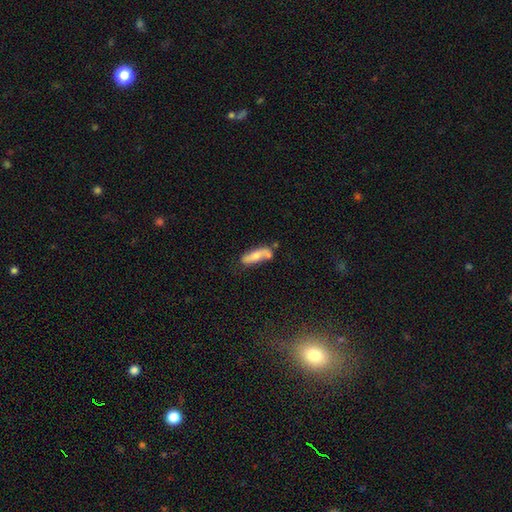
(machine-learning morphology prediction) Smooth or featured: smooth — 63% (featured or disk — 30%)
How rounded: in between — 49% (cigar-shaped — 48%)
Merging: none — 52% (minor disturbance — 22%)